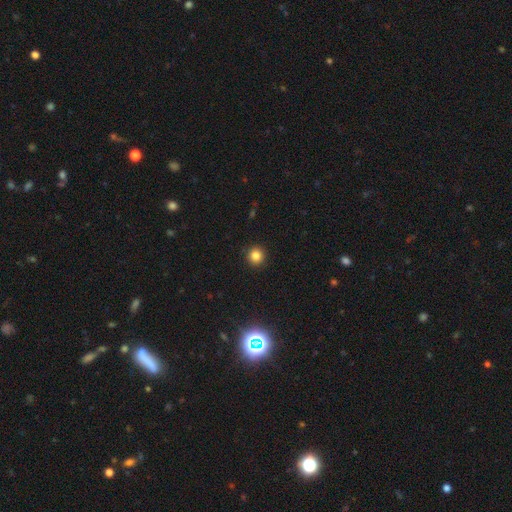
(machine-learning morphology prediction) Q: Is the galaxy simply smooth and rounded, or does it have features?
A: smooth — 82%.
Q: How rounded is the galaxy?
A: round — 95%.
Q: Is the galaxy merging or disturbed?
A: none — 93%.